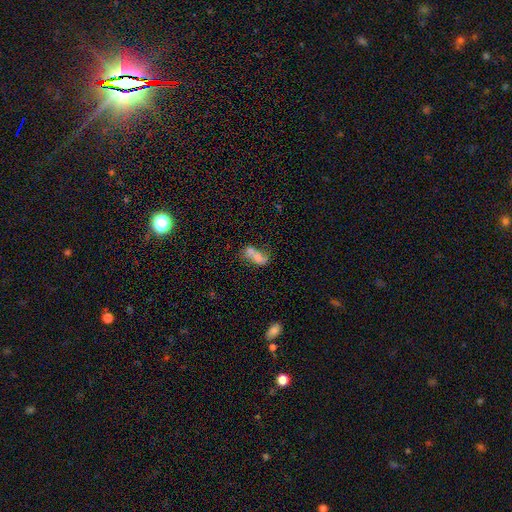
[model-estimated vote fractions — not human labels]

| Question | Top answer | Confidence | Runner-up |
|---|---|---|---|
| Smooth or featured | smooth | 57% | featured or disk (31%) |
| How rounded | in between | 79% | round (11%) |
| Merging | merger | 47% | none (29%) |